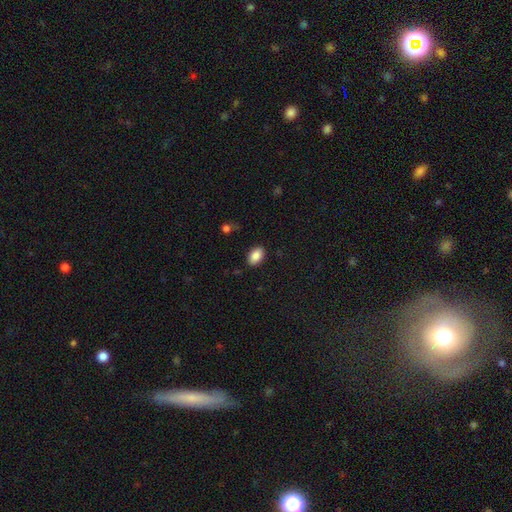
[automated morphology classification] A smooth galaxy with no disk features (87%) that is in between round and cigar-shaped (89%). Merging: none (87%).